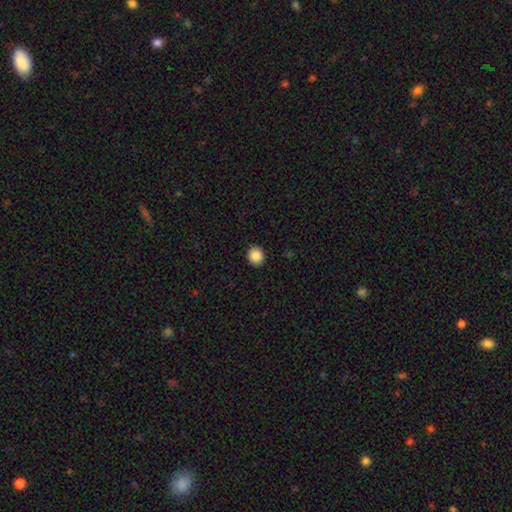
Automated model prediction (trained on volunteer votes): Overall: smooth (88%). How rounded: round (86%). Merging: none (92%).